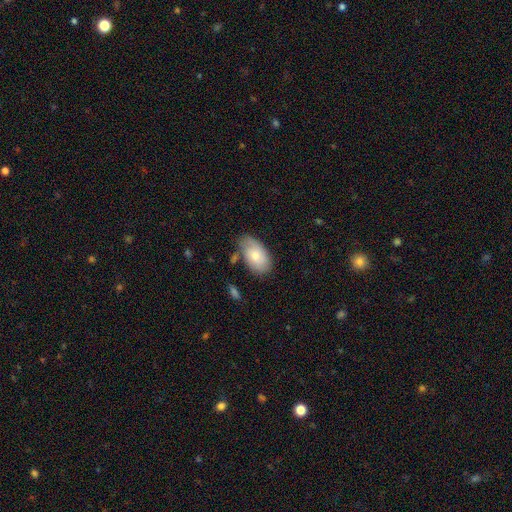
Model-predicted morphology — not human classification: smooth-or-featured: smooth: 67% | featured or disk: 27% | star or artifact: 6%
  how-rounded: in between: 93% | round: 6% | cigar-shaped: 2%
  merging: none: 63% | minor disturbance: 26% | major disturbance: 6% | merger: 5%